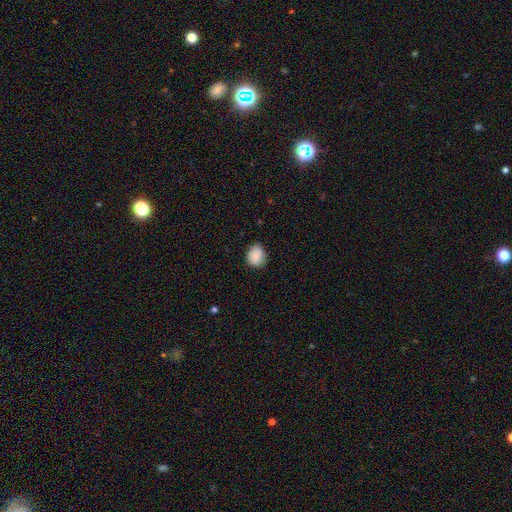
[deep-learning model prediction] Morphology: type=smooth (88%); roundness=round (62%); merging=none (77%).